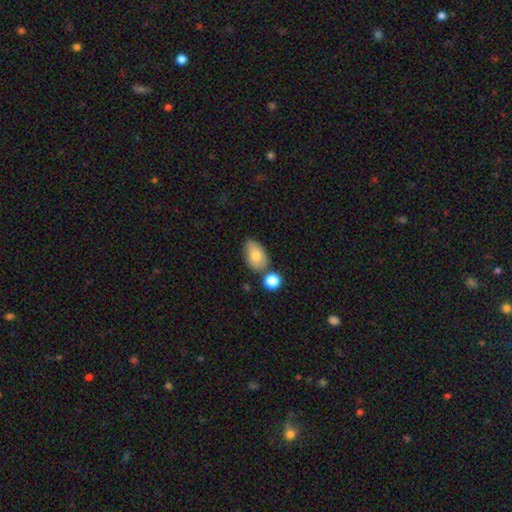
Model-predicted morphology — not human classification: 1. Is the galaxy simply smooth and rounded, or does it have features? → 75% smooth, 16% featured or disk, 9% star or artifact.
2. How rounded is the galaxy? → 88% in between, 10% round, 2% cigar-shaped.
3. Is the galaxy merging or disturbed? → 64% none, 19% minor disturbance, 13% merger, 4% major disturbance.